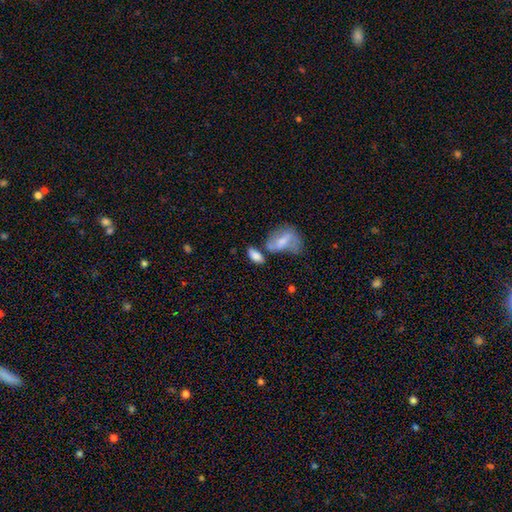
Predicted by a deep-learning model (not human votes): smooth-or-featured: smooth: 77% | featured or disk: 15% | star or artifact: 8%
  how-rounded: in between: 86% | cigar-shaped: 9% | round: 5%
  merging: none: 48% | merger: 26% | minor disturbance: 18% | major disturbance: 8%